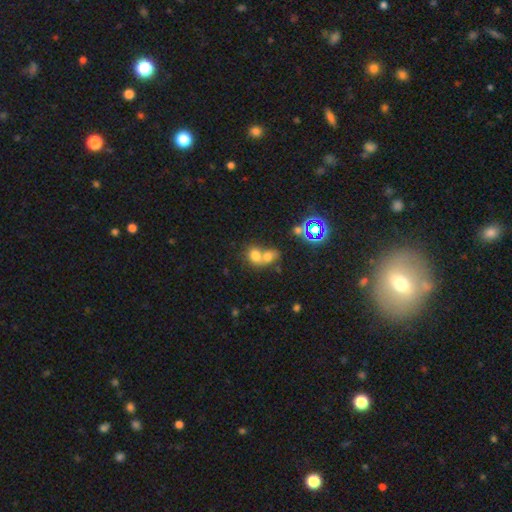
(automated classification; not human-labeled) smooth-or-featured: smooth: 67% | star or artifact: 17% | featured or disk: 16%
  how-rounded: round: 54% | in between: 44% | cigar-shaped: 1%
  merging: merger: 68% | none: 23% | minor disturbance: 6% | major disturbance: 4%